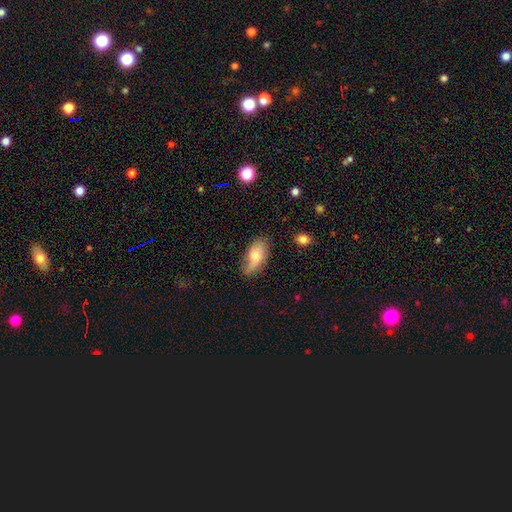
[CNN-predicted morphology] Overall: smooth (71%). How rounded: in between (90%). Merging: none (56%; minor disturbance 32%).